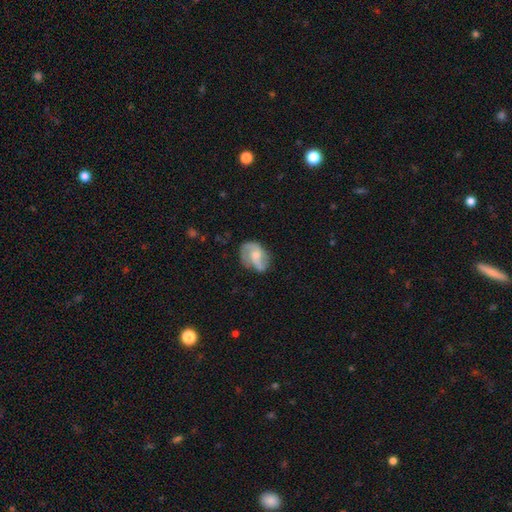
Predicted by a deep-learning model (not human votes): A featured or disk galaxy (63%) with no bar (54%), 2 (74%) medium (44%) spiral arms (86%) and a moderate central bulge (42%).

Vote fractions:
- Smooth or featured? featured or disk: 63% / smooth: 30% / star or artifact: 7%
- Edge-on disk? no: 97% / yes: 3%
- Bar? no: 54% / weak: 37% / strong: 9%
- Spiral arms? yes: 86% / no: 14%
- Spiral winding? medium: 44% / loose: 37% / tight: 19%
- Spiral arm count? 2: 74% / can't tell: 11% / 3: 6% / 1: 6% / 4: 1% / more than 4: 1%
- Bulge size? moderate: 42% / small: 34% / none: 14% / large: 9% / dominant: 2%
- Merging? none: 60% / minor disturbance: 25% / major disturbance: 13% / merger: 2%